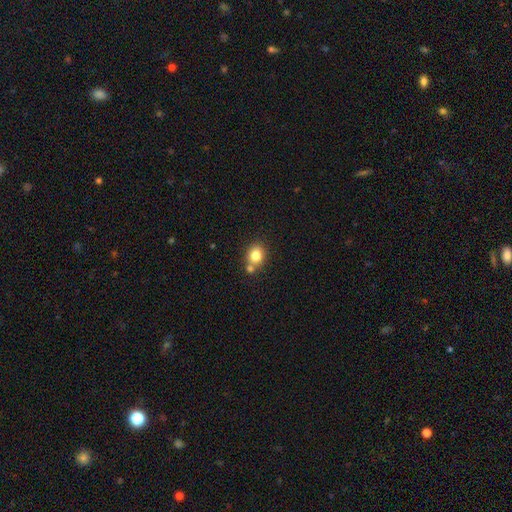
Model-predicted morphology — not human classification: Smooth or featured? Predicted: smooth (p=0.81). How rounded? Predicted: round (p=0.63). Merging? Predicted: none (p=0.60).